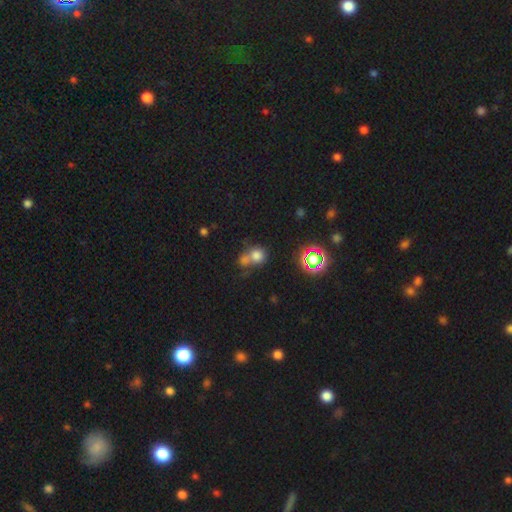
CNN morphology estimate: smooth-or-featured: smooth: 72% | star or artifact: 18% | featured or disk: 10%
  how-rounded: round: 78% | in between: 21% | cigar-shaped: 1%
  merging: merger: 47% | none: 38% | minor disturbance: 10% | major disturbance: 6%